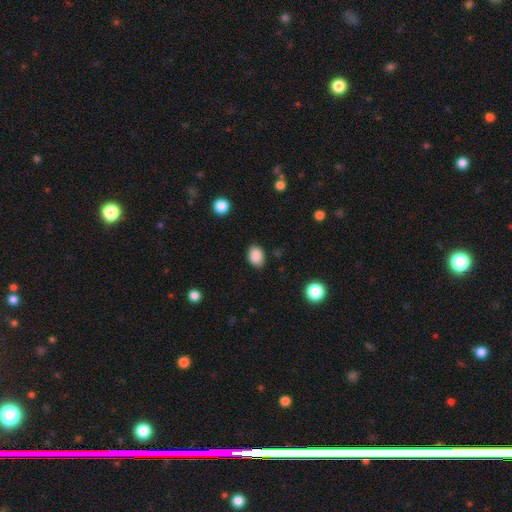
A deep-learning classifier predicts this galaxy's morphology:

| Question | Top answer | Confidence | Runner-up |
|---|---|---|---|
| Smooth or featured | smooth | 88% | star or artifact (8%) |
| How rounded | in between | 75% | round (24%) |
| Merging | none | 83% | minor disturbance (13%) |